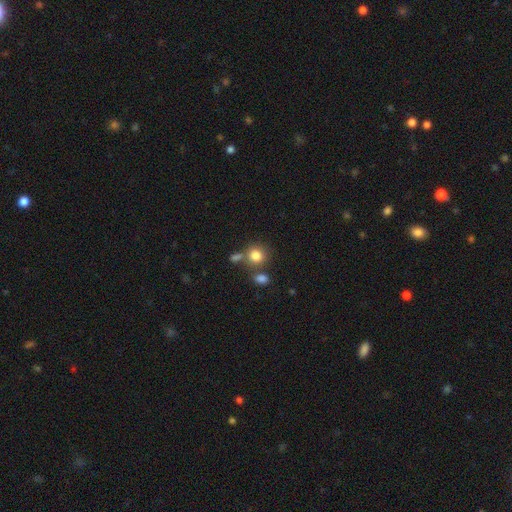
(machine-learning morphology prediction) type=smooth (81%); roundness=round (84%); merging=none (63%).